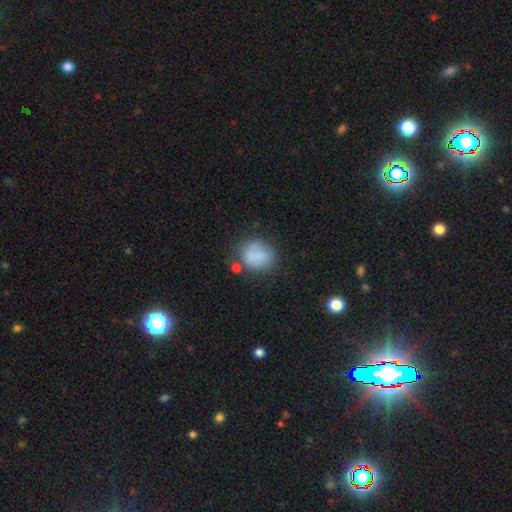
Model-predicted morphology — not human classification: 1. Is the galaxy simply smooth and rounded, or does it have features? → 80% smooth, 11% featured or disk, 9% star or artifact.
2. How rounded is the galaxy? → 63% round, 36% in between, 1% cigar-shaped.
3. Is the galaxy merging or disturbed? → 59% none, 21% minor disturbance, 11% merger, 9% major disturbance.